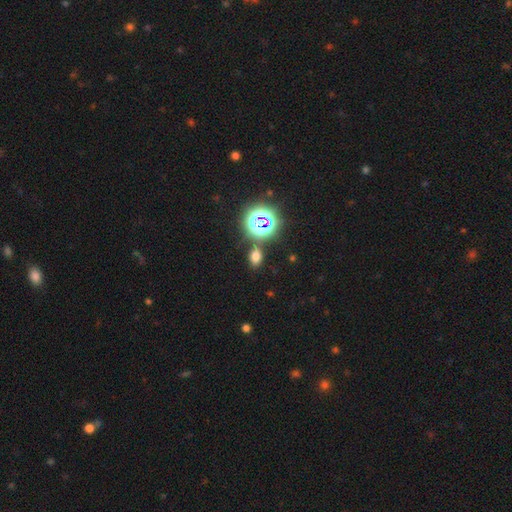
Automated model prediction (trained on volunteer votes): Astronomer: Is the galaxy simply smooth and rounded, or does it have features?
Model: smooth — 65%.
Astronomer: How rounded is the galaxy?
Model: in between — 73%.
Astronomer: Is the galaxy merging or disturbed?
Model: none — 80%.